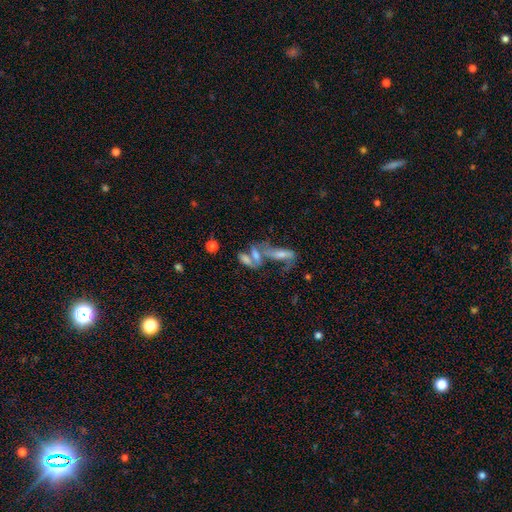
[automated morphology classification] This appears to be a smooth galaxy with no disk features (53%) that is in between round and cigar-shaped (64%). Merging: merger (61%).